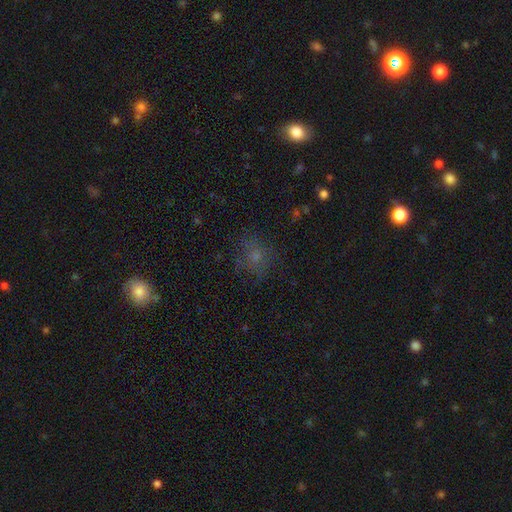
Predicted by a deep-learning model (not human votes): Smooth or featured? smooth (58%)
How rounded? round (76%)
Merging? none (73%)